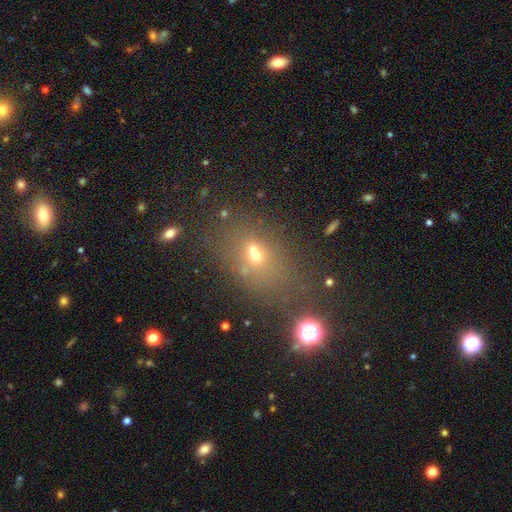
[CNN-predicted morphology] The model was most divided on "merging": none: 50%, merger: 31%, minor disturbance: 12%, major disturbance: 8%. Remaining: smooth or featured — smooth (49%).